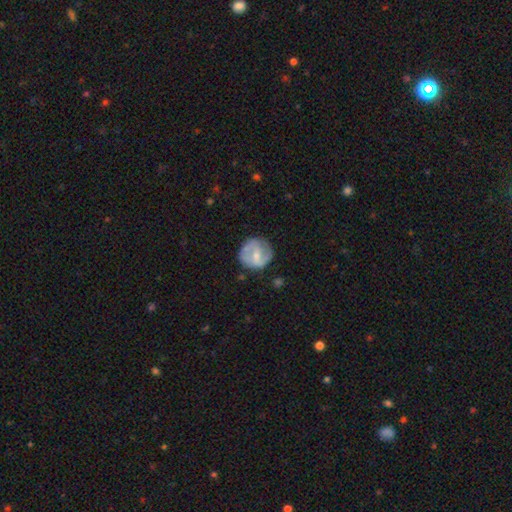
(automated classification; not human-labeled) Smooth or featured? Predicted: featured or disk (p=0.65). Edge-on disk? Predicted: no (p=0.98). Bar? Predicted: weak (p=0.49). Spiral arms? Predicted: yes (p=0.79). Bulge size? Predicted: small (p=0.53). Merging? Predicted: none (p=0.72).